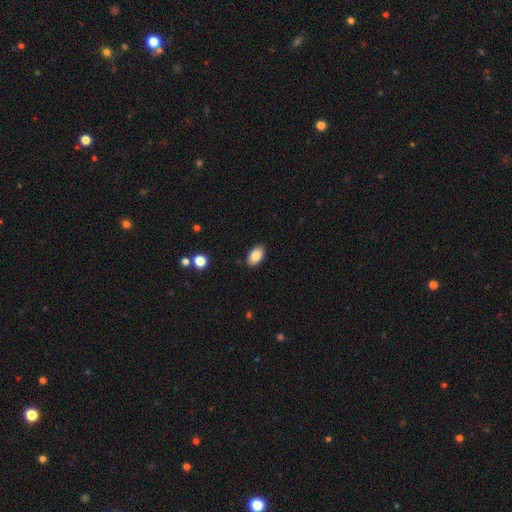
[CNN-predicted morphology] Smooth or featured? Predicted: smooth (p=0.85). How rounded? Predicted: in between (p=0.92). Merging? Predicted: none (p=0.88).